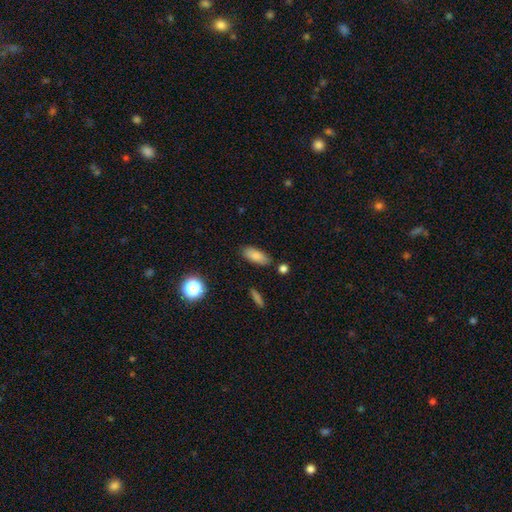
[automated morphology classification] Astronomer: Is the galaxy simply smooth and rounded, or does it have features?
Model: smooth — 82%.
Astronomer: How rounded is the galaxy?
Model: in between — 80%.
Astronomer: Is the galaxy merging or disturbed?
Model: none — 82%.